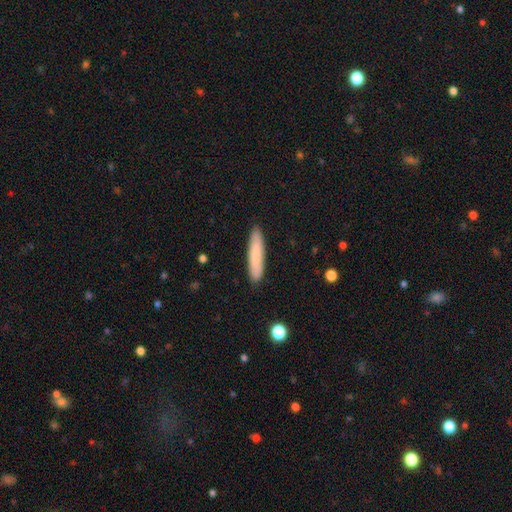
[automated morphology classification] type=smooth (82%); roundness=cigar-shaped (87%); merging=none (90%).